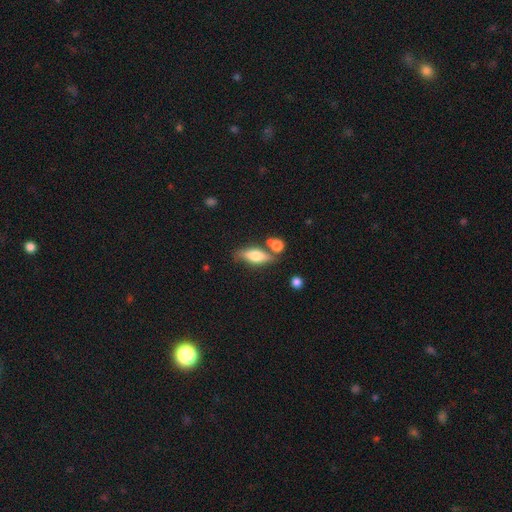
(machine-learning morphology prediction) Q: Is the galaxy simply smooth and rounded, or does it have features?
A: smooth — 58%.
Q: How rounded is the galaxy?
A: in between — 58%.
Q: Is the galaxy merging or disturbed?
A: none — 65%.